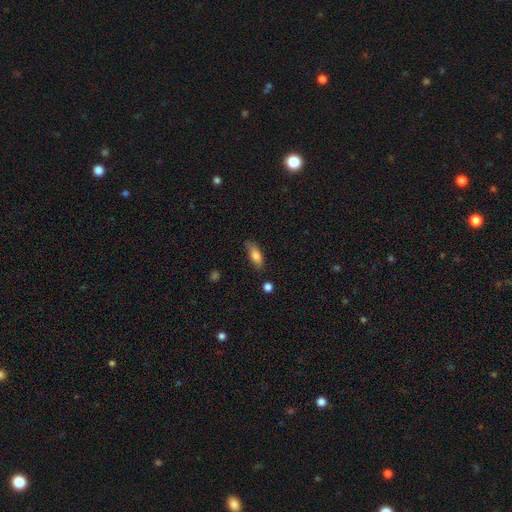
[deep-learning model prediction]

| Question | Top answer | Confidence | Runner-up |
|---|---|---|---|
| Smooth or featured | smooth | 80% | featured or disk (13%) |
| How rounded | in between | 74% | cigar-shaped (24%) |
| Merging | none | 62% | minor disturbance (28%) |